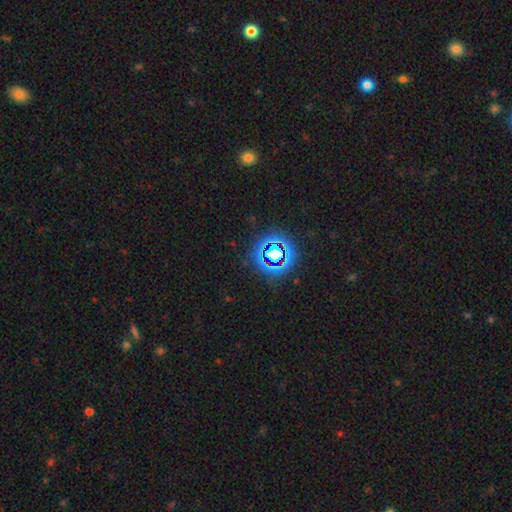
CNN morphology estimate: Smooth or featured? Predicted: star or artifact (p=0.75).